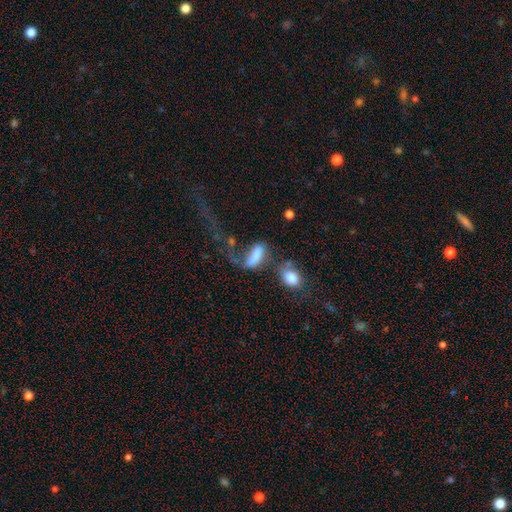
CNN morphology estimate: The model was most divided on "merging": major disturbance: 36%, merger: 26%, none: 23%, minor disturbance: 15%. More confident: how rounded — in between (71%); smooth or featured — smooth (69%).